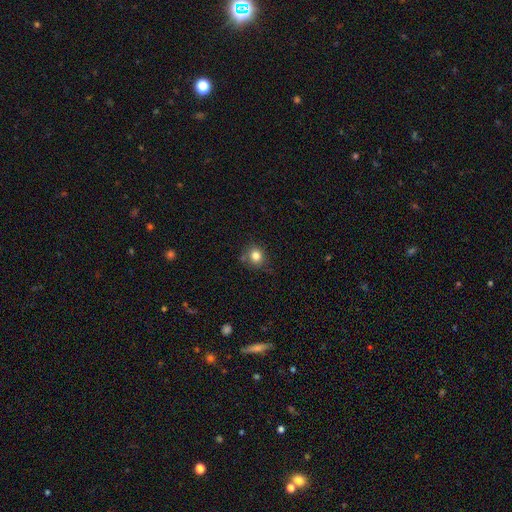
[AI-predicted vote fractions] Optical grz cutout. It shows a smooth galaxy with no disk features (82%) that is round (82%). Merging: none (70%).